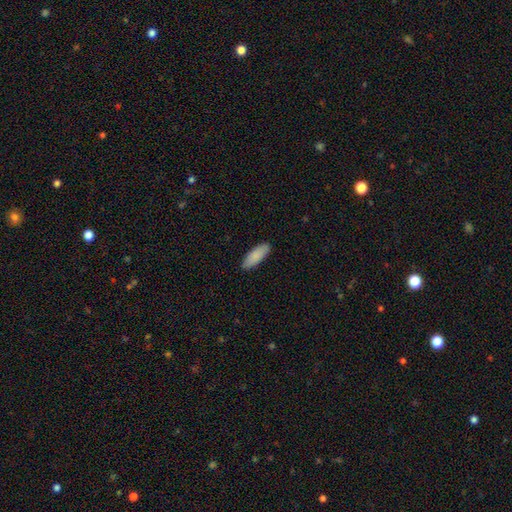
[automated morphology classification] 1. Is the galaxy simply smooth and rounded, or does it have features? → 88% smooth, 6% featured or disk, 6% star or artifact.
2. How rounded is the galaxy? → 70% in between, 29% cigar-shaped, 2% round.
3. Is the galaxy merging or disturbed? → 88% none, 9% minor disturbance, 2% major disturbance, 1% merger.